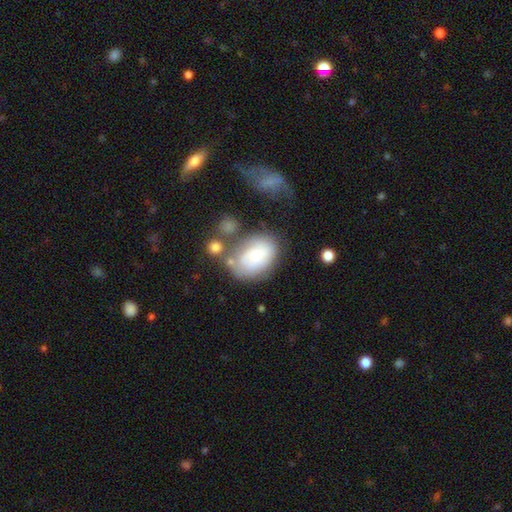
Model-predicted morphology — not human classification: Smooth or featured: smooth — 59% (featured or disk — 33%)
How rounded: in between — 78% (round — 21%)
Merging: none — 48% (minor disturbance — 24%)